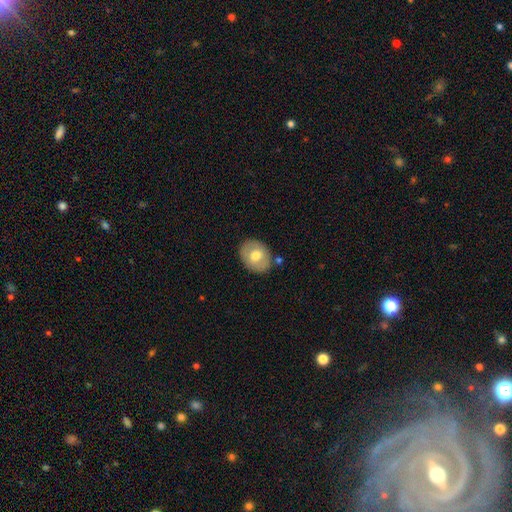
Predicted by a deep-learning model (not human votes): Smooth or featured?
  - smooth: 66% *
  - featured or disk: 27%
  - star or artifact: 7%
How rounded?
  - in between: 52% *
  - round: 47%
  - cigar-shaped: 1%
Merging?
  - none: 82% *
  - minor disturbance: 11%
  - merger: 4%
  - major disturbance: 3%